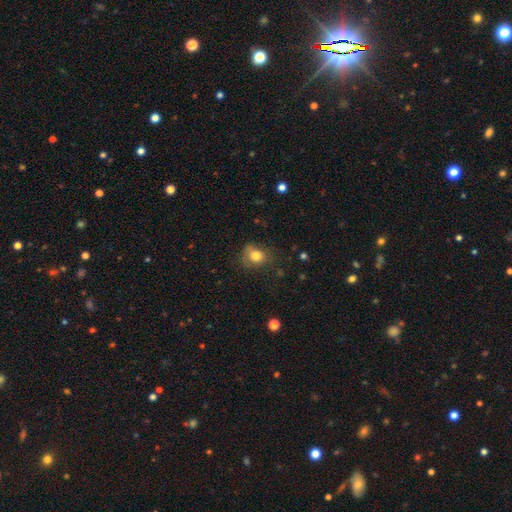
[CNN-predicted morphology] Smooth or featured? Predicted: smooth (p=0.78). How rounded? Predicted: round (p=0.65). Merging? Predicted: none (p=0.55).